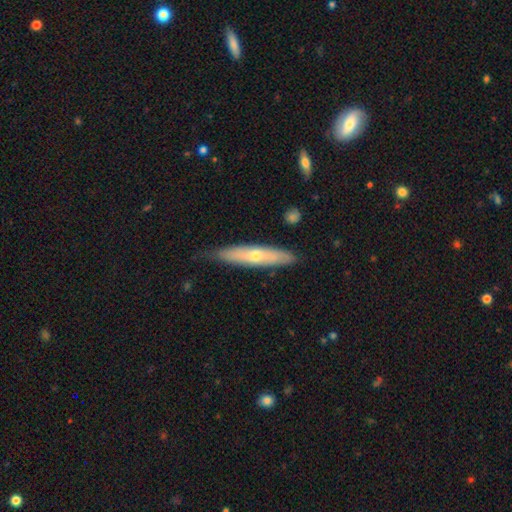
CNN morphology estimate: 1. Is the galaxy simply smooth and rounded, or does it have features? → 48% featured or disk, 46% smooth, 6% star or artifact.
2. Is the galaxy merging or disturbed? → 77% none, 19% minor disturbance, 3% major disturbance, 1% merger.